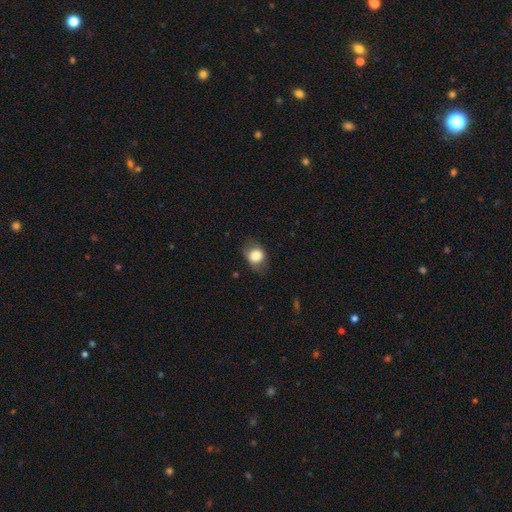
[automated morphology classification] Smooth or featured? smooth (79%)
How rounded? round (57%)
Merging? none (64%)